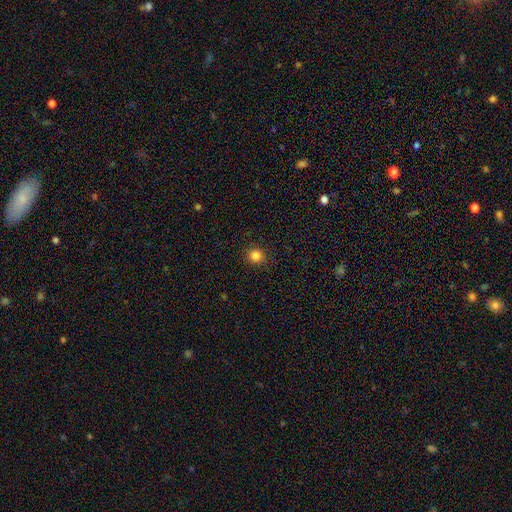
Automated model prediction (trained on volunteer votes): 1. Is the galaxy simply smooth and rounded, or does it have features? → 84% smooth, 12% star or artifact, 4% featured or disk.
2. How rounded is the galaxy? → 92% round, 7% in between, 1% cigar-shaped.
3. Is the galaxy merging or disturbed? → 91% none, 6% minor disturbance, 2% major disturbance, 1% merger.